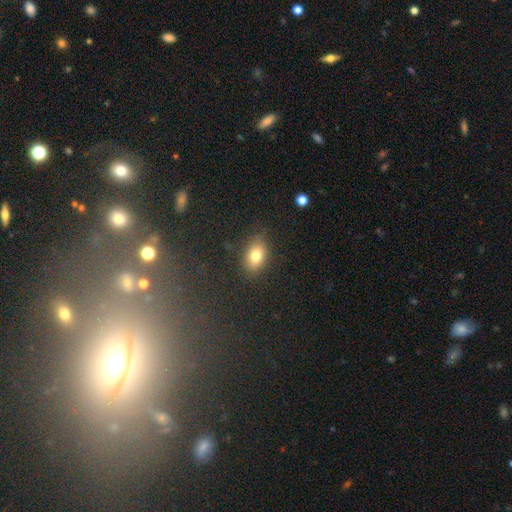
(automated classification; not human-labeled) Morphology: type=smooth (79%); roundness=in between (84%); merging=none (84%).